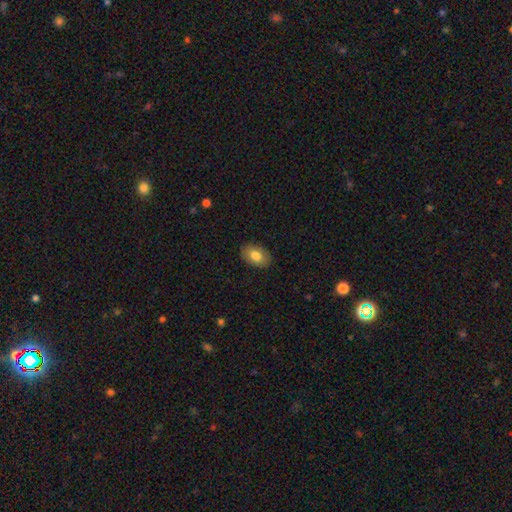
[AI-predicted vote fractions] Q: Smooth or featured?
A: smooth (80%); runner-up: featured or disk (13%)
Q: How rounded?
A: in between (88%); runner-up: round (11%)
Q: Merging?
A: none (88%); runner-up: minor disturbance (9%)